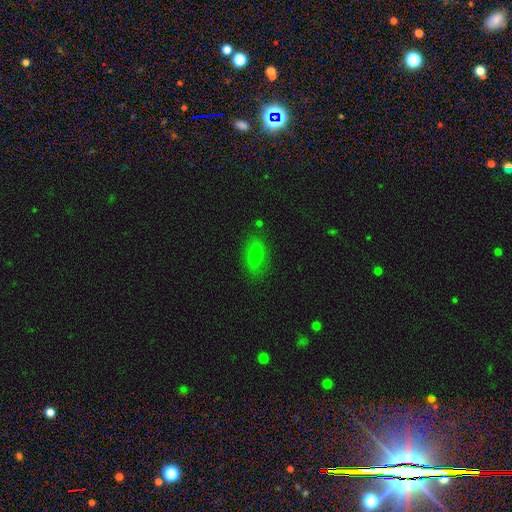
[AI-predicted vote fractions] smooth_or_featured: smooth (p=0.68) [alt: featured or disk p=0.21]
how_rounded: in between (p=0.81) [alt: round p=0.10]
merging: none (p=0.77) [alt: minor disturbance p=0.16]